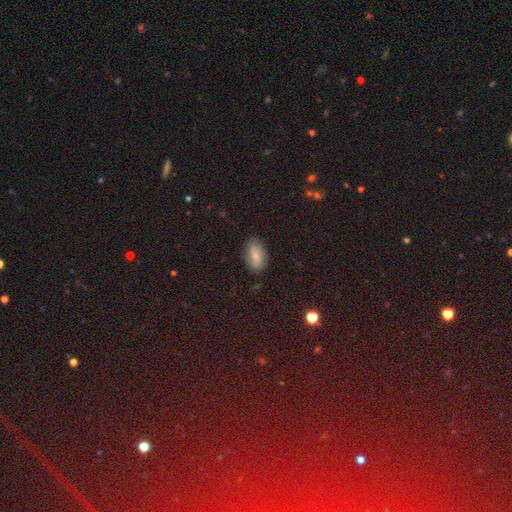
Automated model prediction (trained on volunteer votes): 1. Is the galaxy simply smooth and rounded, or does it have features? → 64% smooth, 26% featured or disk, 11% star or artifact.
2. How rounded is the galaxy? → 91% in between, 5% round, 4% cigar-shaped.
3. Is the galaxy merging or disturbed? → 77% none, 17% minor disturbance, 4% major disturbance, 1% merger.